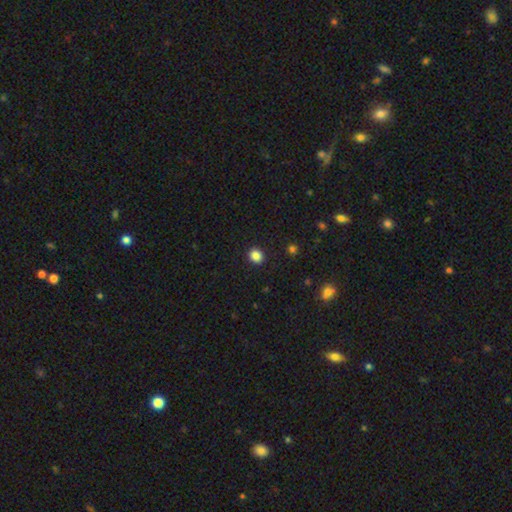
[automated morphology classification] smooth_or_featured: smooth (p=0.86) [alt: star or artifact p=0.11]
how_rounded: round (p=0.76) [alt: in between p=0.23]
merging: none (p=0.92) [alt: minor disturbance p=0.05]